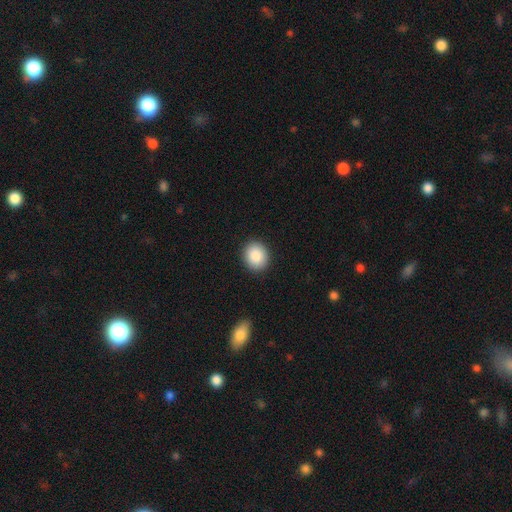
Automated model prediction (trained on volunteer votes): Smooth or featured? smooth (88%)
How rounded? round (70%)
Merging? none (91%)